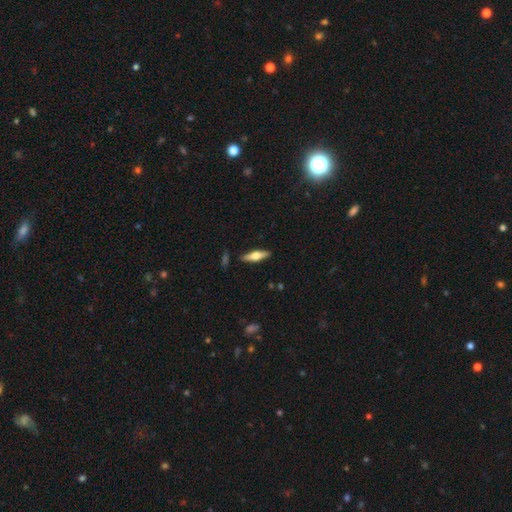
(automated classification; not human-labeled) Overall: featured or disk (54%; smooth 41%). Edge-on disk: yes (93%). Edge-on bulge: rounded (94%). Merging: none (88%).